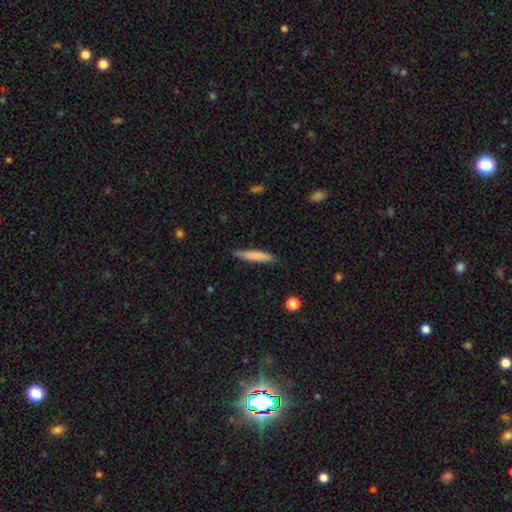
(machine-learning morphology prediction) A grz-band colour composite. It shows a smooth galaxy with no disk features (76%) that is cigar-shaped (88%). Merging: none (81%).